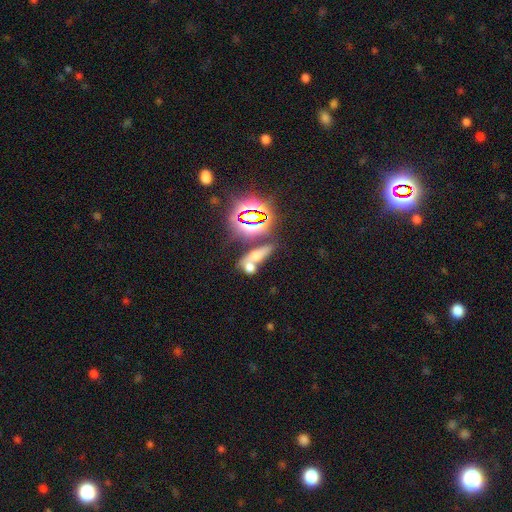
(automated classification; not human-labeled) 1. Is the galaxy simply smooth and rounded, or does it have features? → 50% smooth, 32% star or artifact, 18% featured or disk.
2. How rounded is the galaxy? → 55% in between, 25% round, 21% cigar-shaped.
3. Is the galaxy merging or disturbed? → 44% merger, 39% none, 10% minor disturbance, 7% major disturbance.